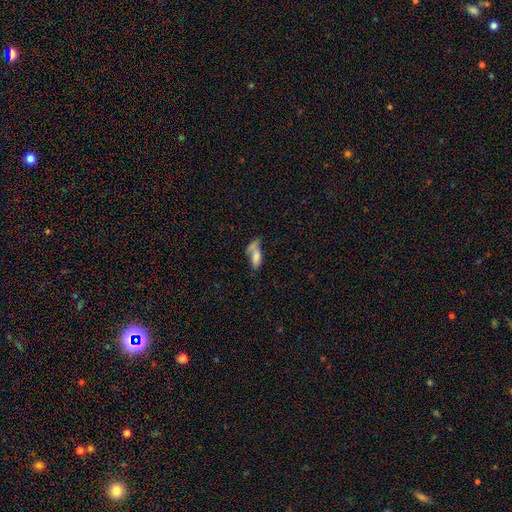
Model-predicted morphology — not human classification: A smooth galaxy with no disk features (71%) that is in between round and cigar-shaped (70%). Merging: merger (40%).